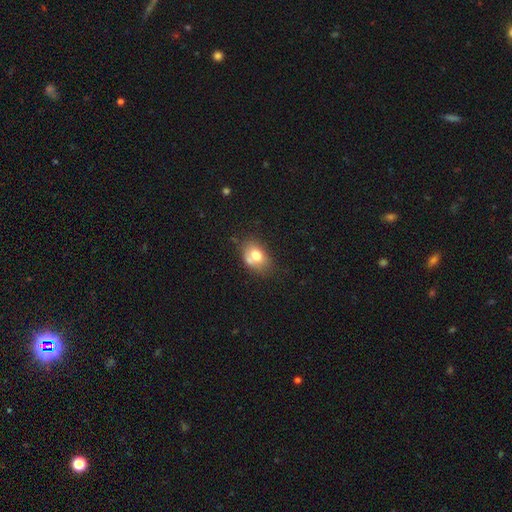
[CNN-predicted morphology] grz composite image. It shows a smooth galaxy with no disk features (72%) that is in between round and cigar-shaped (74%). Merging: none (48%).